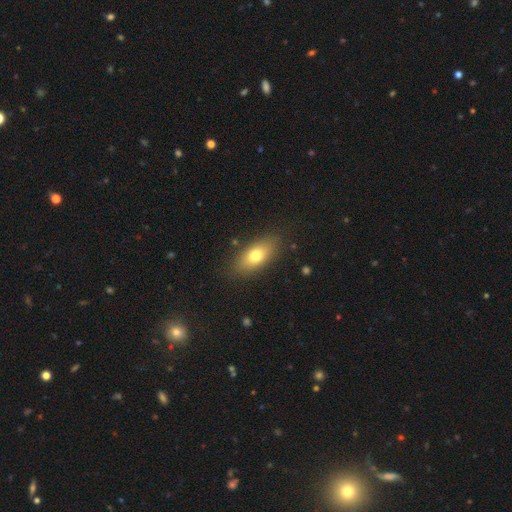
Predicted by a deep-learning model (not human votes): A smooth galaxy with no disk features (73%) that is in between round and cigar-shaped (84%). Merging: none (84%).